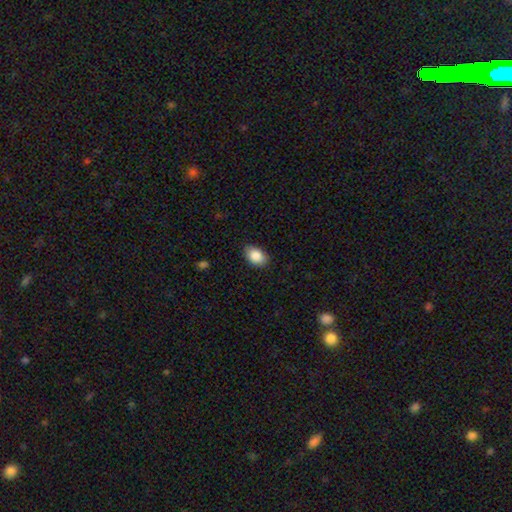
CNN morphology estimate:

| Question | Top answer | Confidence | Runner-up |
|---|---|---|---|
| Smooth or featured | smooth | 88% | star or artifact (8%) |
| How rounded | in between | 84% | round (14%) |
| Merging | none | 85% | minor disturbance (12%) |